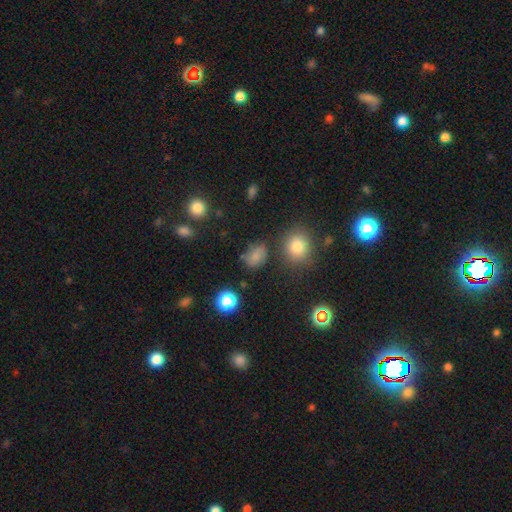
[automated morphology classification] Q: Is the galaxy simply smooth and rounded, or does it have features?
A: smooth — 72%.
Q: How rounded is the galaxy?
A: in between — 64%.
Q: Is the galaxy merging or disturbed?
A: none — 63%.